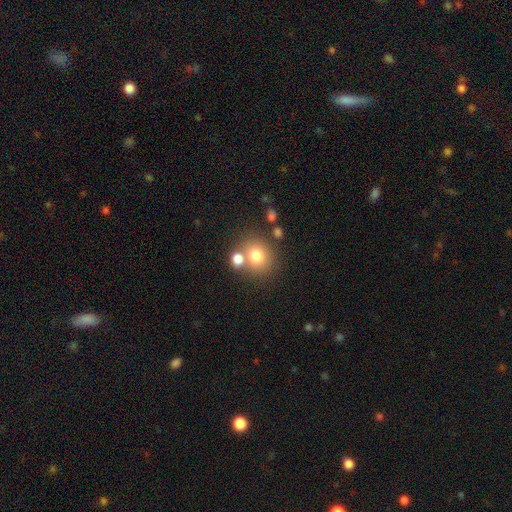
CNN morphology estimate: Q: Smooth or featured?
A: smooth (76%); runner-up: star or artifact (13%)
Q: How rounded?
A: round (81%); runner-up: in between (18%)
Q: Merging?
A: none (62%); runner-up: merger (24%)